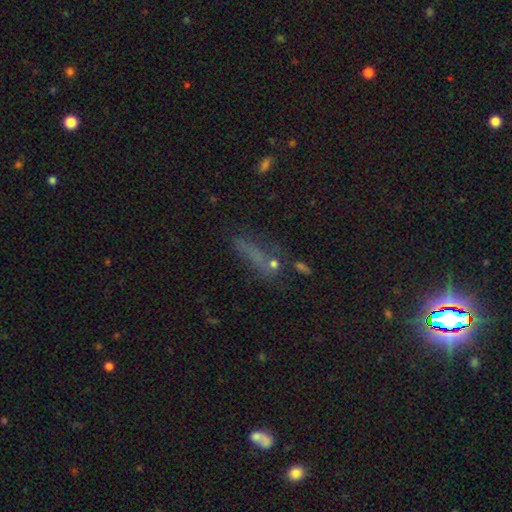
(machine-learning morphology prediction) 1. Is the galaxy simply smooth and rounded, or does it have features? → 44% smooth, 36% star or artifact, 19% featured or disk.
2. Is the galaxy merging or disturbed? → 58% none, 18% minor disturbance, 14% major disturbance, 10% merger.